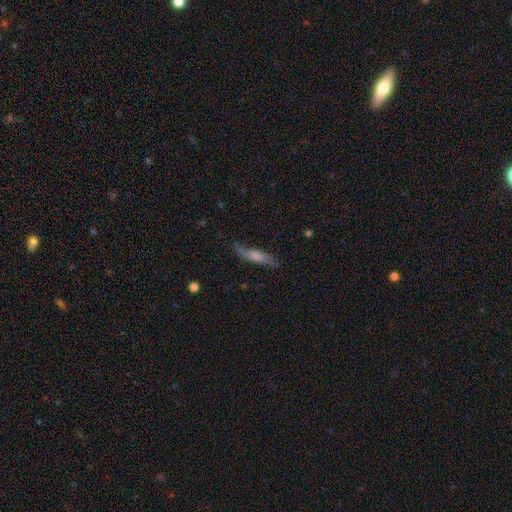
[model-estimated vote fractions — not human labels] Smooth or featured? Predicted: featured or disk (p=0.50). Edge-on disk? Predicted: yes (p=0.70). Merging? Predicted: none (p=0.76).